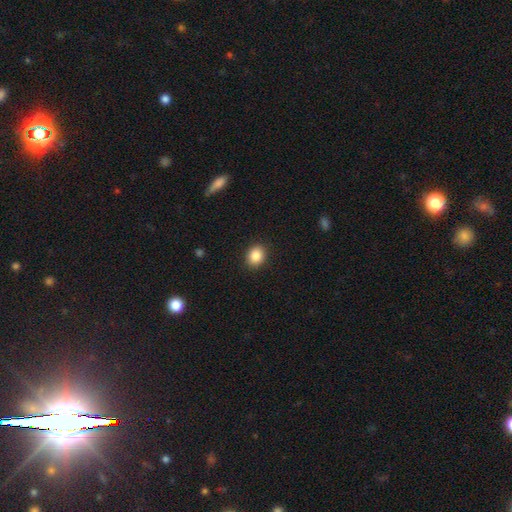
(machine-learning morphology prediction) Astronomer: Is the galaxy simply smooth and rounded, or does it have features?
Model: smooth — 87%.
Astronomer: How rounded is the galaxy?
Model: round — 54% (runner-up: in between, 45%).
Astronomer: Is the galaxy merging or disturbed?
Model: none — 90%.